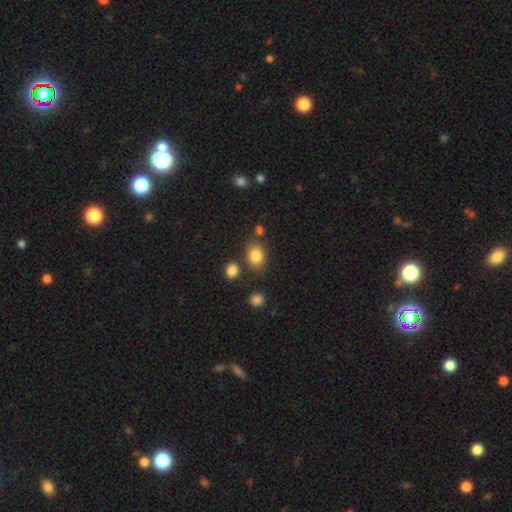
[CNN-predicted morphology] Smooth or featured? Predicted: smooth (p=0.83). How rounded? Predicted: in between (p=0.63). Merging? Predicted: none (p=0.74).